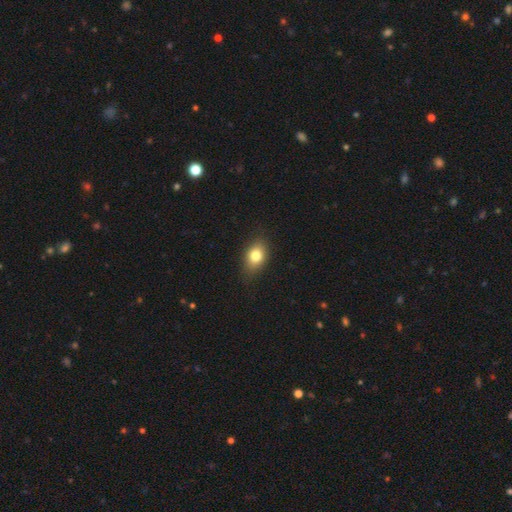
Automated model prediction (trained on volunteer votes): The model was most divided on "how rounded": in between: 75%, round: 23%, cigar-shaped: 3%. More confident: merging — none (82%); smooth or featured — smooth (78%).